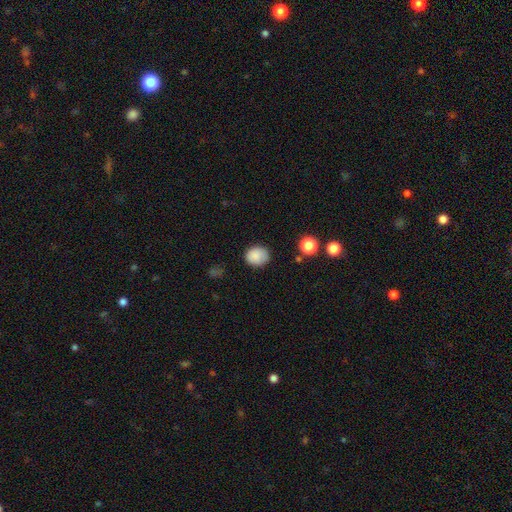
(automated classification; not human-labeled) Smooth or featured: smooth — 86% (star or artifact — 9%)
How rounded: round — 66% (in between — 34%)
Merging: none — 78% (minor disturbance — 17%)